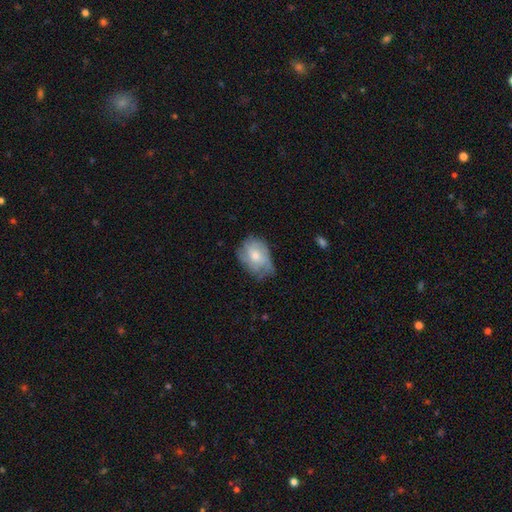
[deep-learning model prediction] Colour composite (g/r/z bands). It shows a featured or disk galaxy (50%). Merging: none (50%).